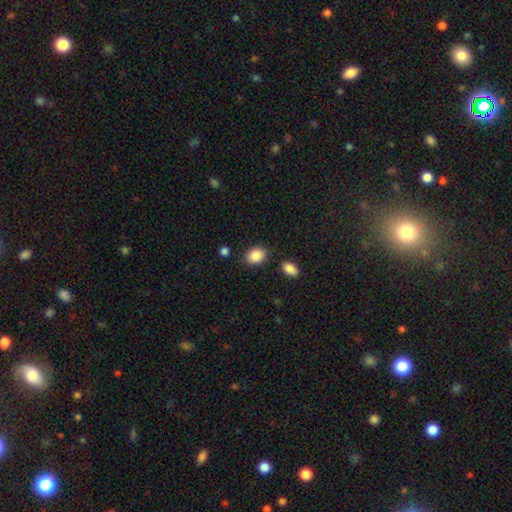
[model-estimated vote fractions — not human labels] smooth_or_featured: smooth (p=0.88) [alt: star or artifact p=0.08]
how_rounded: in between (p=0.65) [alt: round p=0.34]
merging: none (p=0.79) [alt: minor disturbance p=0.12]